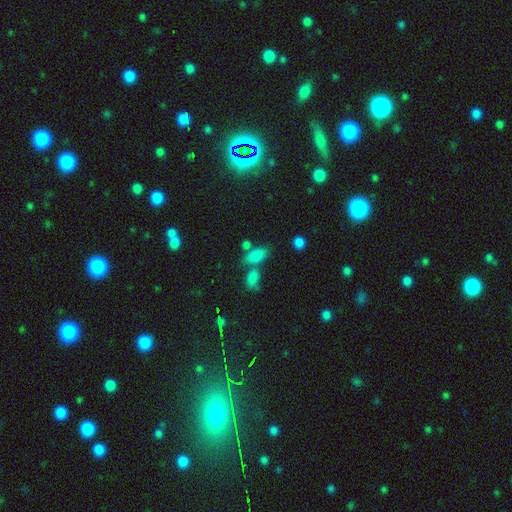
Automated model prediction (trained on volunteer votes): smooth 77%, star or artifact 14%, featured or disk 10%. Down the decision tree: how rounded — in between (85%); merging — none (46%).